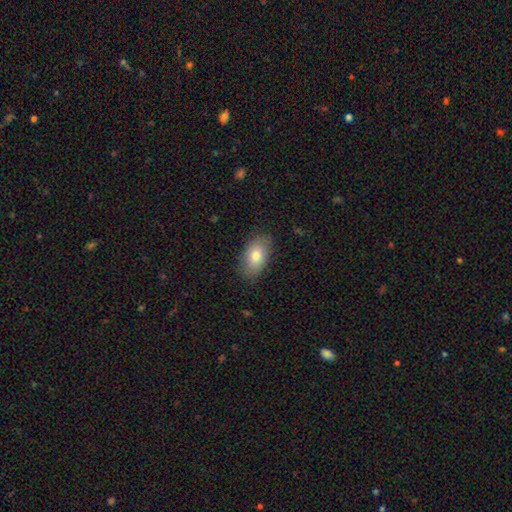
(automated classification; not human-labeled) smooth_or_featured: smooth (p=0.80) [alt: featured or disk p=0.13]
how_rounded: in between (p=0.92) [alt: round p=0.07]
merging: none (p=0.85) [alt: minor disturbance p=0.11]